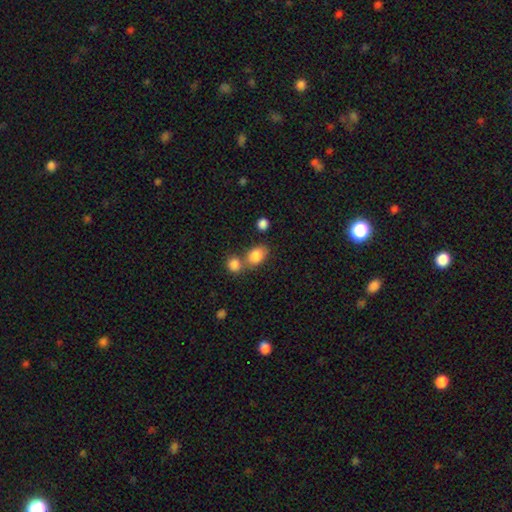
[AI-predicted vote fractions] A smooth galaxy with no disk features (85%) that is in between round and cigar-shaped (73%). Merging: none (48%).